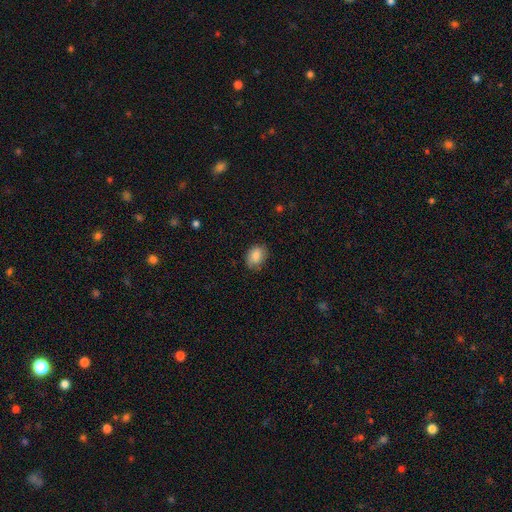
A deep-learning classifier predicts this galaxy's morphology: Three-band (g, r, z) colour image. It shows a smooth galaxy with no disk features (82%) that is in between round and cigar-shaped (66%). Merging: none (77%).